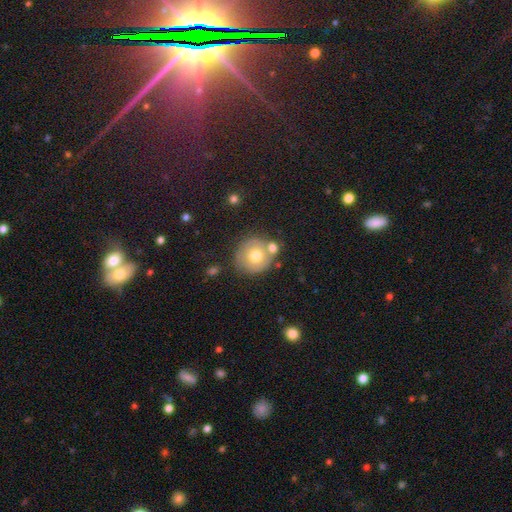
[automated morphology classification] Q: Smooth or featured?
A: smooth (63%); runner-up: featured or disk (28%)
Q: How rounded?
A: round (90%); runner-up: in between (9%)
Q: Merging?
A: none (60%); runner-up: merger (21%)